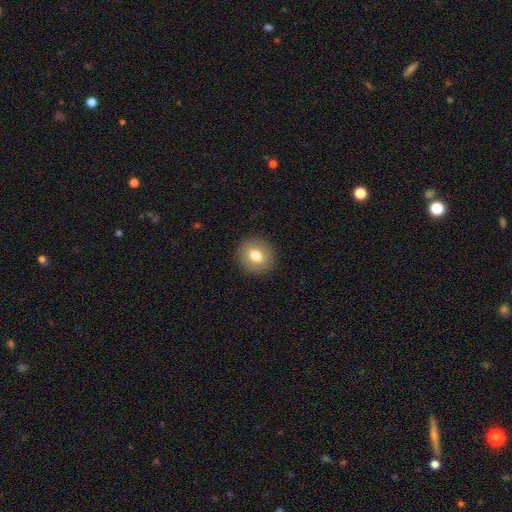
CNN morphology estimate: This appears to be a smooth galaxy with no disk features (76%) that is round (80%). Merging: none (90%).